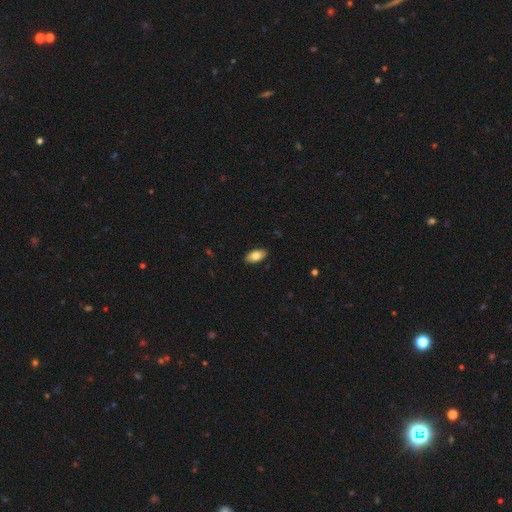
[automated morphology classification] type=smooth (82%); roundness=in between (94%); merging=none (89%).